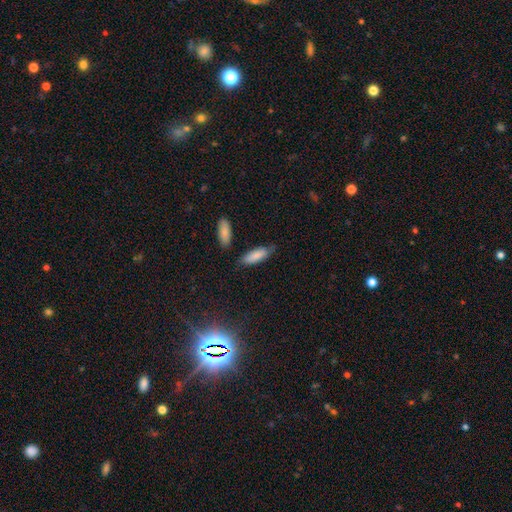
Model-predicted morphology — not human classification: type=smooth (83%); roundness=in between (61%); merging=none (72%).